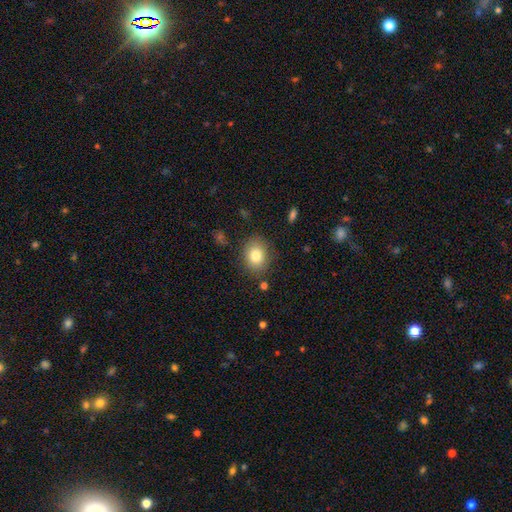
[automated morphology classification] Overall: smooth (80%). How rounded: round (56%; in between 44%). Merging: none (83%).